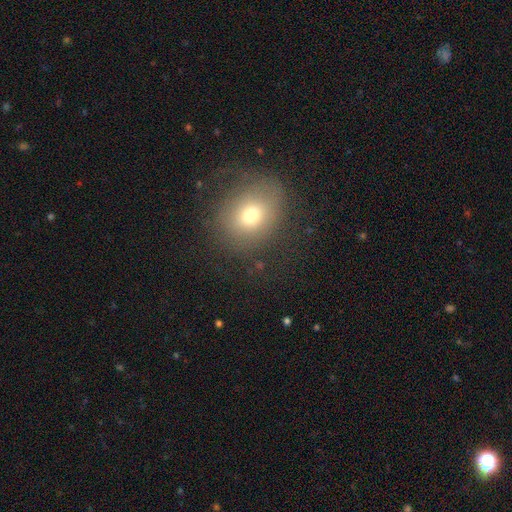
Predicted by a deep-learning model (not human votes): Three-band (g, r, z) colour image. It shows a smooth galaxy with no disk features (60%) that is round (78%). Merging: none (83%).